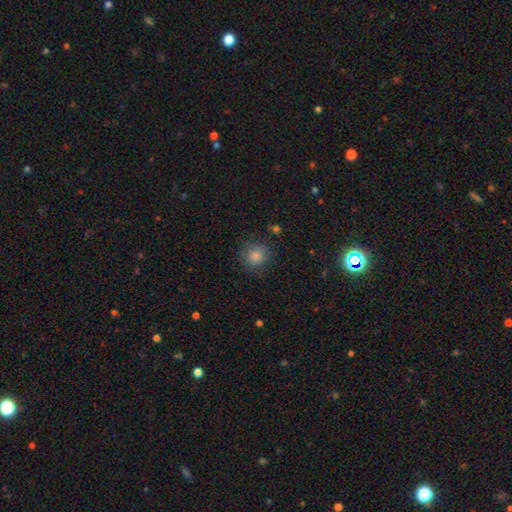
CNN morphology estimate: The model was most divided on "smooth or featured": smooth: 74%, star or artifact: 19%, featured or disk: 7%. More confident: how rounded — round (90%); merging — none (86%).